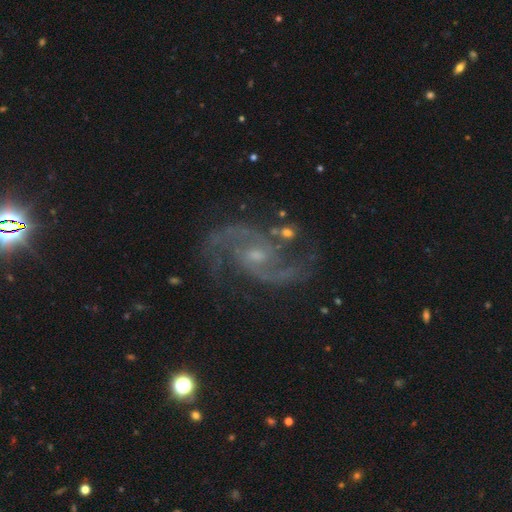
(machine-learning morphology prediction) Smooth or featured: featured or disk — 92% (star or artifact — 5%)
Edge-on disk: no — 98% (yes — 2%)
Bar: no — 48% (weak — 44%)
Spiral arms: yes — 98% (no — 2%)
Spiral winding: medium — 60% (loose — 26%)
Spiral arm count: 2 — 91% (3 — 3%)
Bulge size: small — 58% (moderate — 34%)
Merging: none — 74% (minor disturbance — 15%)